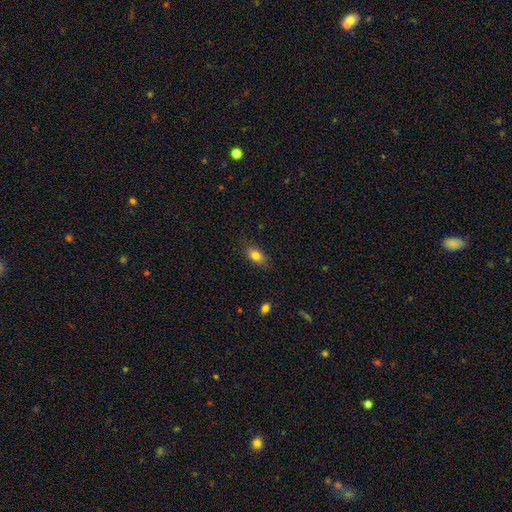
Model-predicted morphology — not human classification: Smooth or featured? Predicted: smooth (p=0.81). How rounded? Predicted: in between (p=0.84). Merging? Predicted: none (p=0.84).